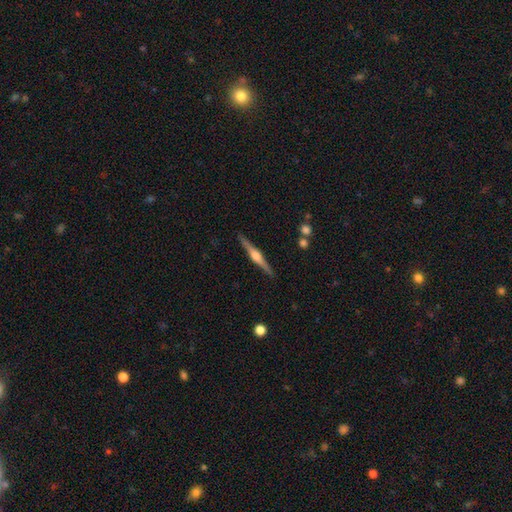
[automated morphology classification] This appears to be a featured or disk galaxy (82%) viewed edge-on (98%) with a rounded central bulge (88%). Merging: none (91%).